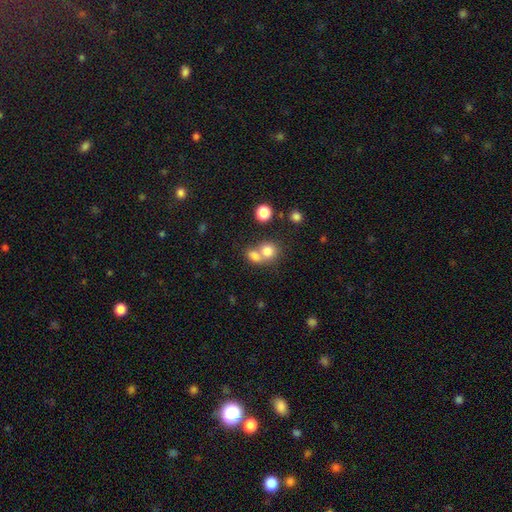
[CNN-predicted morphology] Smooth or featured?
  - smooth: 76% *
  - star or artifact: 13%
  - featured or disk: 11%
How rounded?
  - round: 62% *
  - in between: 37%
  - cigar-shaped: 1%
Merging?
  - merger: 56% *
  - none: 33%
  - minor disturbance: 6%
  - major disturbance: 4%